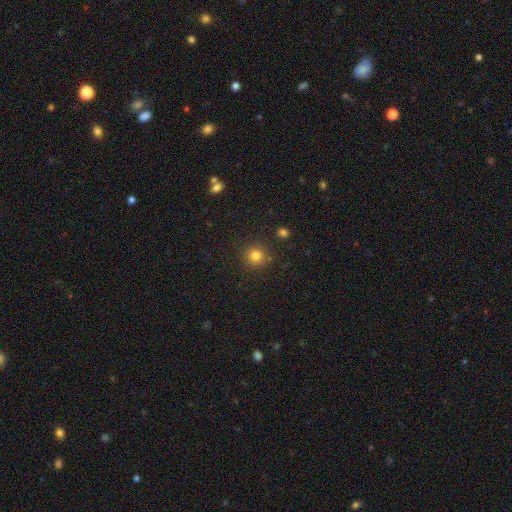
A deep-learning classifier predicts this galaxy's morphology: Smooth or featured? Predicted: smooth (p=0.81). How rounded? Predicted: round (p=0.93). Merging? Predicted: none (p=0.88).